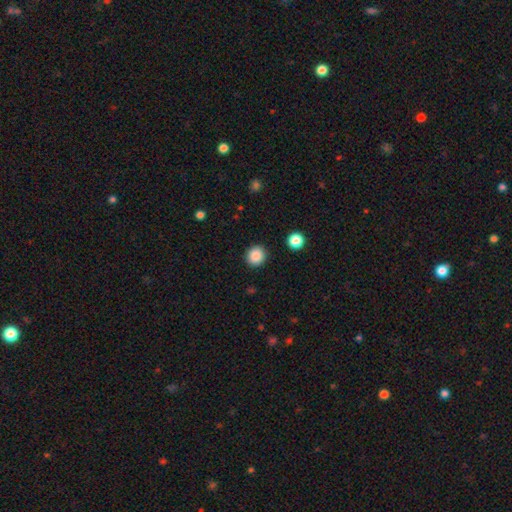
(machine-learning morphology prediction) Q: Smooth or featured?
A: smooth (87%); runner-up: star or artifact (9%)
Q: How rounded?
A: round (85%); runner-up: in between (14%)
Q: Merging?
A: none (91%); runner-up: minor disturbance (6%)